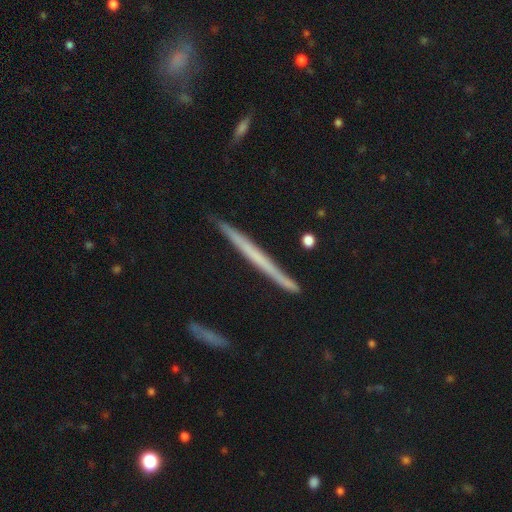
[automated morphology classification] smooth-or-featured: featured or disk: 54% | smooth: 38% | star or artifact: 7%
  disk-edge-on: yes: 97% | no: 3%
    edge-on-bulge: none: 88% | rounded: 8% | boxy: 4%
  merging: none: 89% | minor disturbance: 8% | merger: 2% | major disturbance: 1%